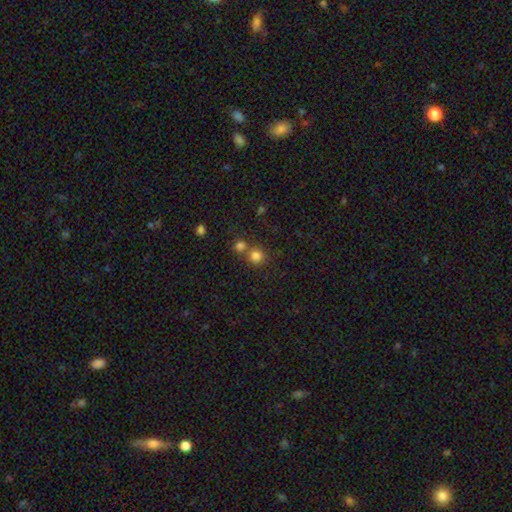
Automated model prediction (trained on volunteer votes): smooth-or-featured: smooth: 81% | star or artifact: 14% | featured or disk: 6%
  how-rounded: round: 90% | in between: 9% | cigar-shaped: 1%
  merging: none: 61% | merger: 30% | minor disturbance: 7% | major disturbance: 3%